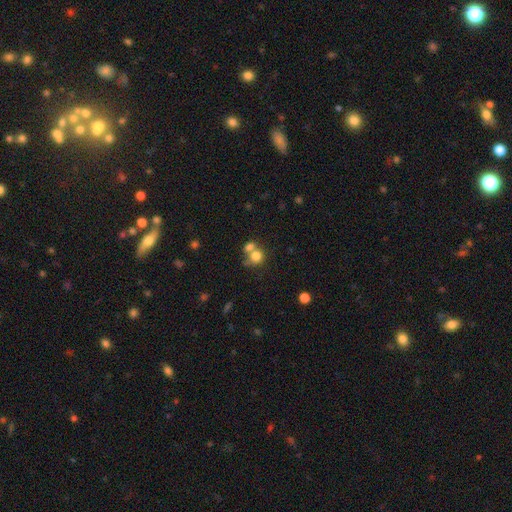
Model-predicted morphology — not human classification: A smooth galaxy with no disk features (76%) that is round (79%).

Vote fractions:
- Smooth or featured? smooth: 76% / featured or disk: 13% / star or artifact: 11%
- How rounded? round: 79% / in between: 20% / cigar-shaped: 1%
- Merging? merger: 51% / none: 36% / minor disturbance: 8% / major disturbance: 5%